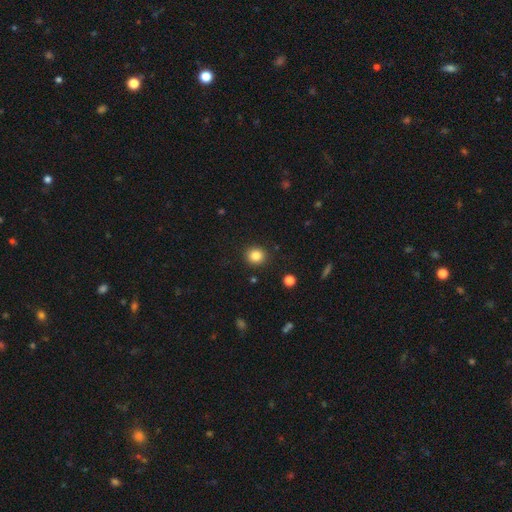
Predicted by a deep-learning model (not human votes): smooth-or-featured: smooth: 84% | star or artifact: 11% | featured or disk: 5%
  how-rounded: round: 89% | in between: 10% | cigar-shaped: 1%
  merging: none: 91% | minor disturbance: 6% | major disturbance: 2% | merger: 1%